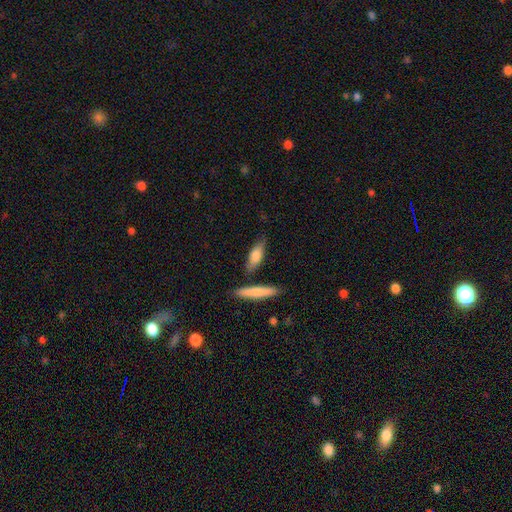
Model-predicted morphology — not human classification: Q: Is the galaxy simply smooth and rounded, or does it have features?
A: smooth — 75%.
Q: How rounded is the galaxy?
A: cigar-shaped — 50%.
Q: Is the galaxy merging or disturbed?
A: none — 74%.